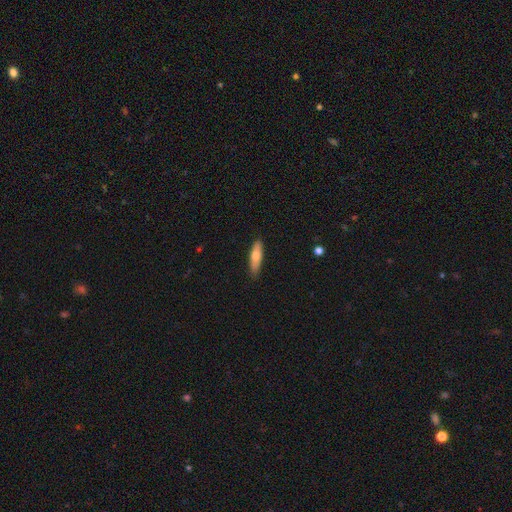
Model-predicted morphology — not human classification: This appears to be a smooth galaxy with no disk features (66%) that is cigar-shaped (67%). Merging: none (88%).